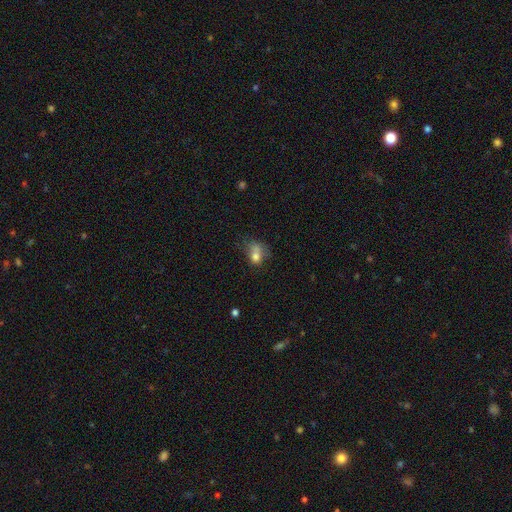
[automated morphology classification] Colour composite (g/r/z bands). It shows a smooth galaxy with no disk features (71%) that is in between round and cigar-shaped (54%). Merging: none (29%).